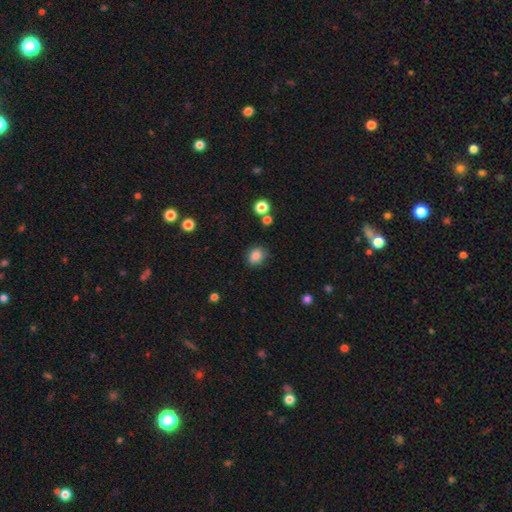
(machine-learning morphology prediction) Overall: smooth (85%). How rounded: round (54%; in between 45%). Merging: none (81%).